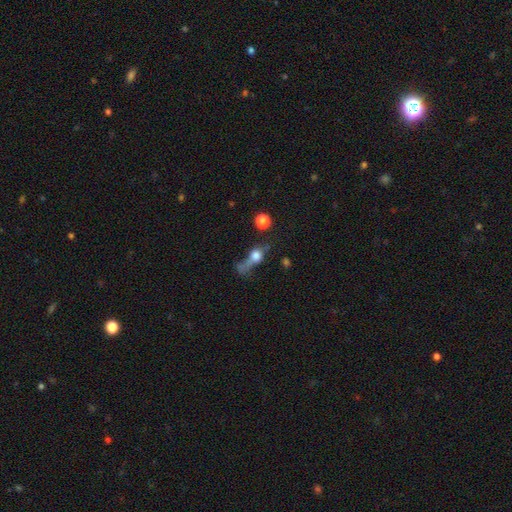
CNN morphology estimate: Overall: smooth (61%; featured or disk 23%). How rounded: round (58%; in between 31%). Merging: major disturbance (36%; none 28%).